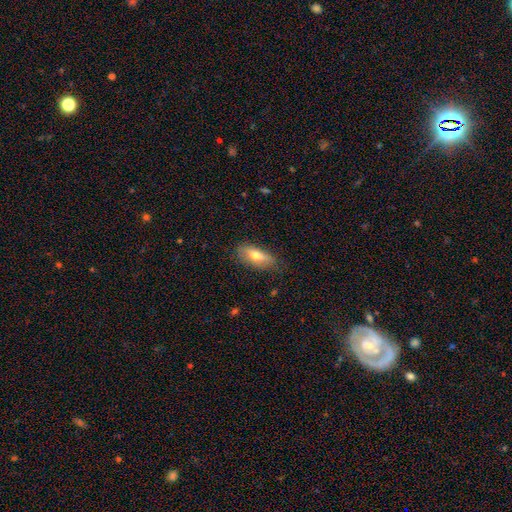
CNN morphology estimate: Overall: smooth (64%; featured or disk 29%). How rounded: in between (73%). Merging: none (78%).